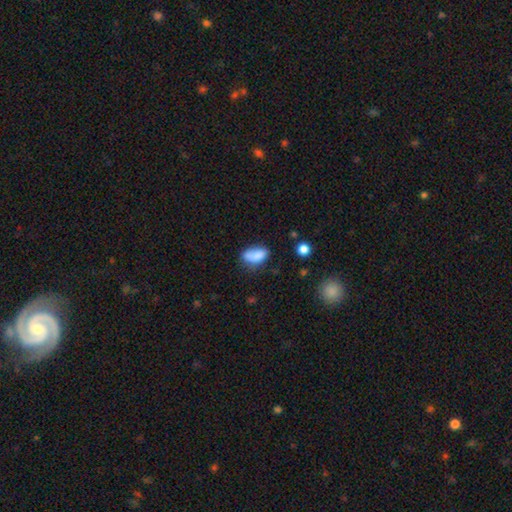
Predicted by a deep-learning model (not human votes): This is clearly a smooth galaxy (83%). How rounded: clearly in between (90%). Merging: possibly none (56%).